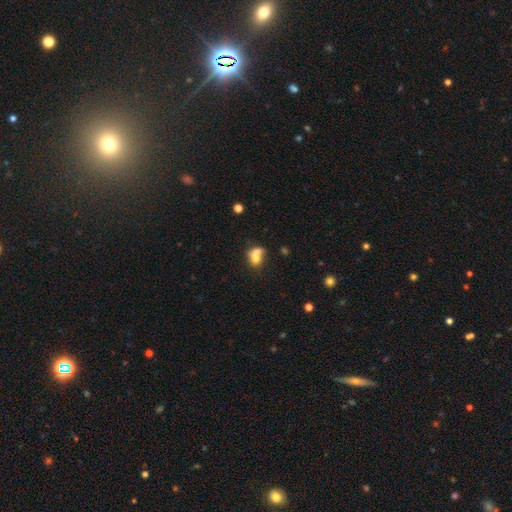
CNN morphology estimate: Smooth or featured: smooth — 69% (featured or disk — 20%)
How rounded: in between — 61% (round — 36%)
Merging: merger — 63% (none — 21%)